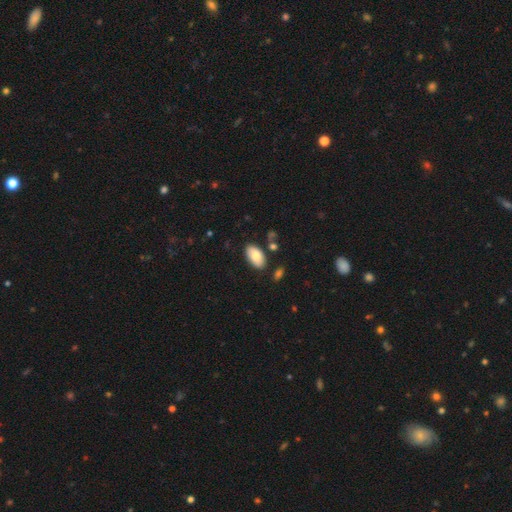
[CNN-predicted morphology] smooth-or-featured: smooth: 80% | featured or disk: 13% | star or artifact: 6%
  how-rounded: in between: 95% | round: 3% | cigar-shaped: 2%
  merging: none: 81% | minor disturbance: 12% | merger: 4% | major disturbance: 3%